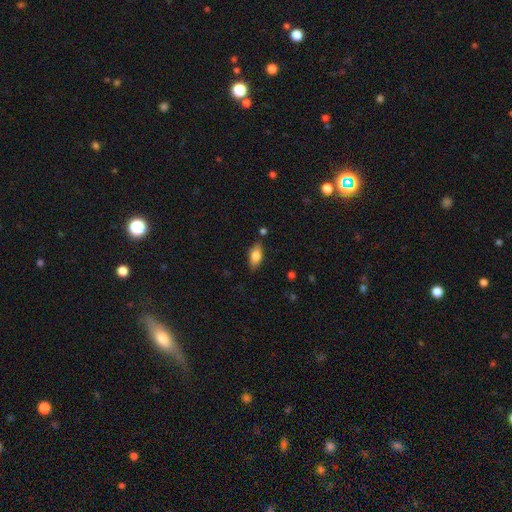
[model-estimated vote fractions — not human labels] Smooth or featured: smooth — 78% (featured or disk — 15%)
How rounded: in between — 86% (cigar-shaped — 10%)
Merging: none — 81% (minor disturbance — 13%)